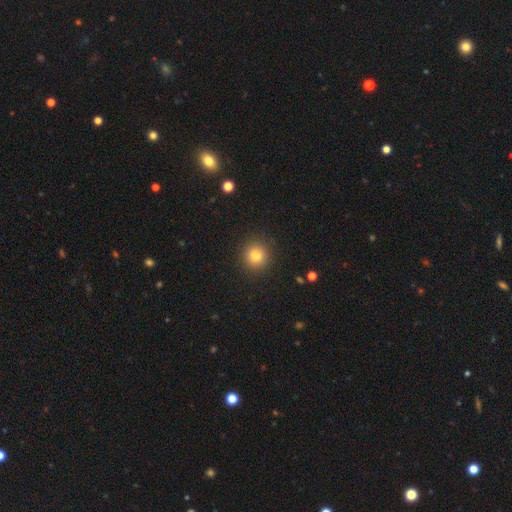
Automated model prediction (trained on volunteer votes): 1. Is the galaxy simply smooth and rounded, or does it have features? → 80% smooth, 12% star or artifact, 7% featured or disk.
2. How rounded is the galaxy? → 91% round, 8% in between, 1% cigar-shaped.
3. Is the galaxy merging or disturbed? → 91% none, 6% minor disturbance, 2% major disturbance, 1% merger.